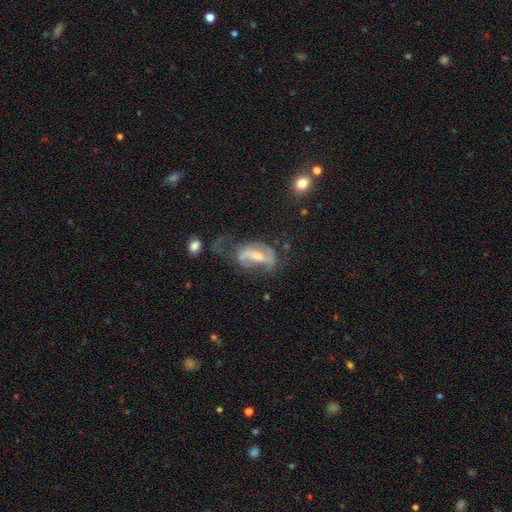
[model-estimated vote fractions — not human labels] featured or disk 70%, smooth 22%, star or artifact 8%. Down the decision tree: edge-on disk — no (91%); bar — weak (39%); spiral arms — yes (71%); bulge size — moderate (49%); merging — major disturbance (42%).